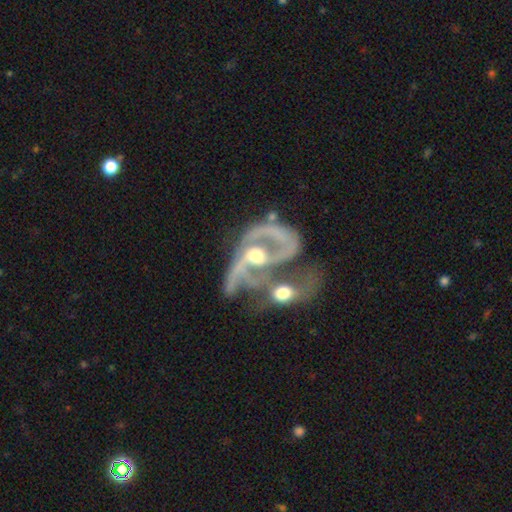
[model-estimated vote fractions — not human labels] This is clearly a featured or disk galaxy (83%). It is clearly not viewed edge-on (96%). Bar: possibly no (59%). Spiral arm pattern: clearly yes (80%). Spiral arm count: possibly 2 (50%). Spiral winding: marginally medium (40%). Central bulge: likely moderate (70%). Merging: likely merger (67%).